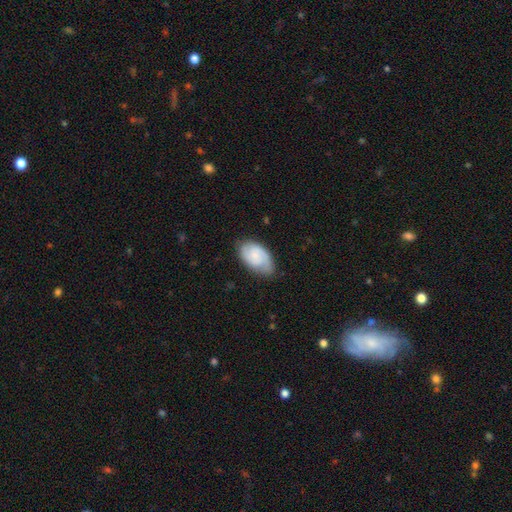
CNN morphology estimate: A featured or disk galaxy (58%) with no bar (61%), 2 (71%) tight (44%) spiral arms (92%) and a small central bulge (58%). Merging: none (71%).